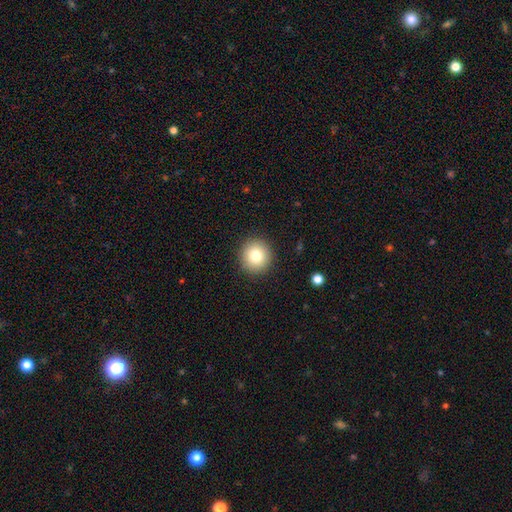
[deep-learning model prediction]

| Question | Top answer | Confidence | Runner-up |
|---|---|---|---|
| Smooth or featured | smooth | 79% | featured or disk (11%) |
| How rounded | round | 93% | in between (6%) |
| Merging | none | 91% | minor disturbance (6%) |